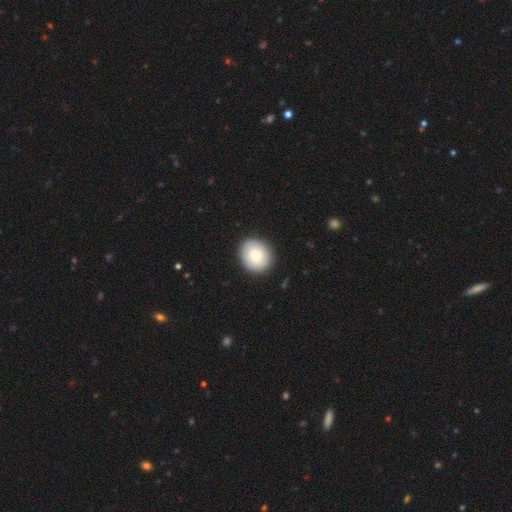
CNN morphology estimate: type=smooth (80%); roundness=round (73%); merging=none (88%).